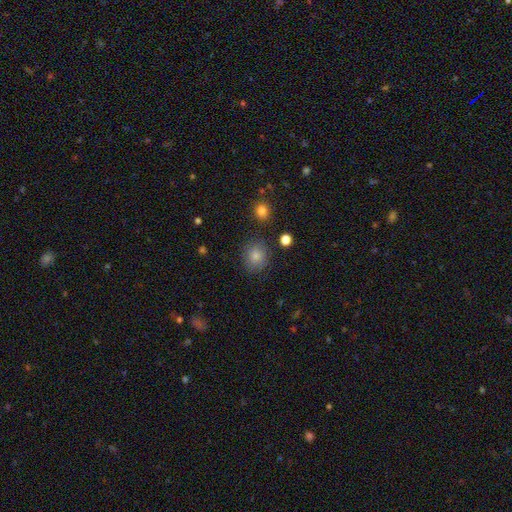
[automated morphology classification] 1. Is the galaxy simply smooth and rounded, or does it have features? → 78% smooth, 15% star or artifact, 7% featured or disk.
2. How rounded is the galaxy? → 81% round, 18% in between, 1% cigar-shaped.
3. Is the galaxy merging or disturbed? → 86% none, 9% minor disturbance, 3% major disturbance, 2% merger.